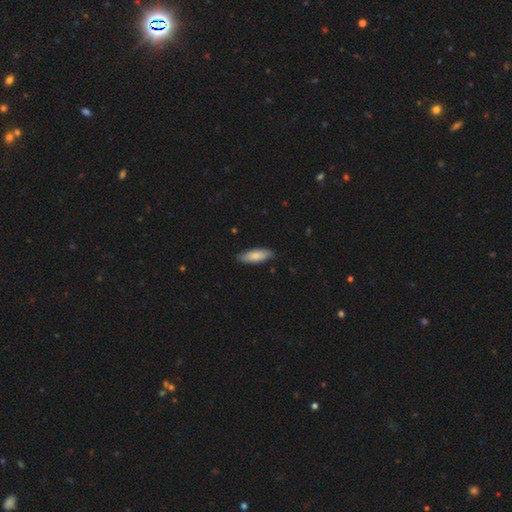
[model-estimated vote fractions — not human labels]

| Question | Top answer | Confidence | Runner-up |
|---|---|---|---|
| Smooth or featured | smooth | 78% | featured or disk (17%) |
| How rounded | in between | 63% | cigar-shaped (35%) |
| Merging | none | 83% | minor disturbance (14%) |